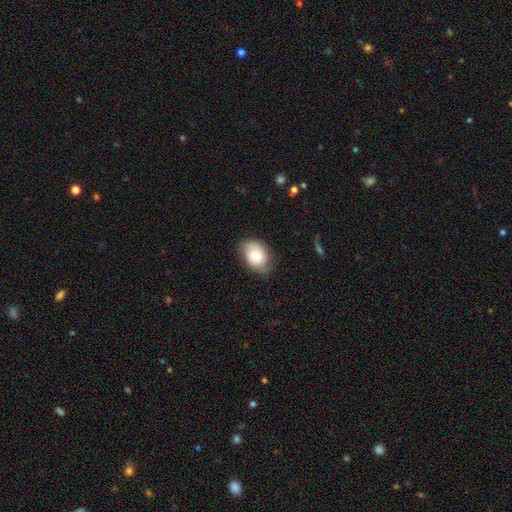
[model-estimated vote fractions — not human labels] The model was most divided on "merging": none: 74%, minor disturbance: 20%, major disturbance: 5%, merger: 1%. More confident: how rounded — in between (78%); smooth or featured — smooth (74%).